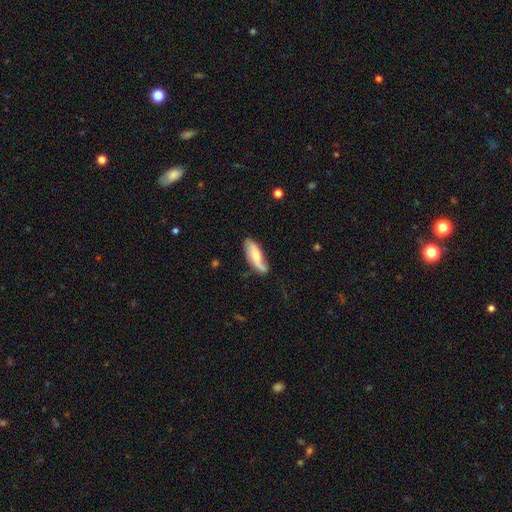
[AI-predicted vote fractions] Smooth or featured? featured or disk (50%)
Edge-on disk? no (80%)
Merging? none (64%)